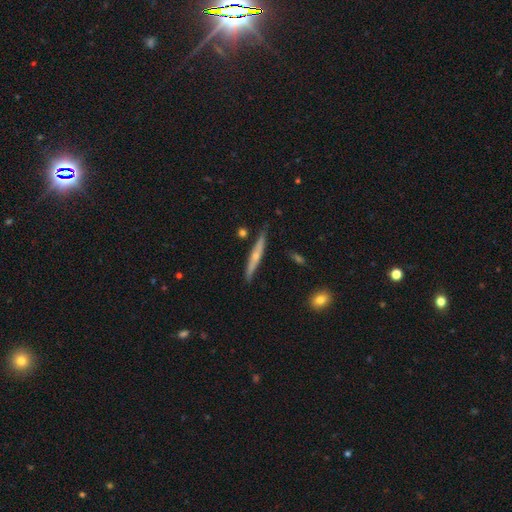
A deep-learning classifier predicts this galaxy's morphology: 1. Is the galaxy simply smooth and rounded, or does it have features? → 64% featured or disk, 30% smooth, 6% star or artifact.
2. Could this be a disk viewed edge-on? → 95% yes, 5% no.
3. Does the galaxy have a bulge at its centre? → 74% rounded, 22% none, 4% boxy.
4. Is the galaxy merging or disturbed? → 83% none, 13% minor disturbance, 2% merger, 2% major disturbance.